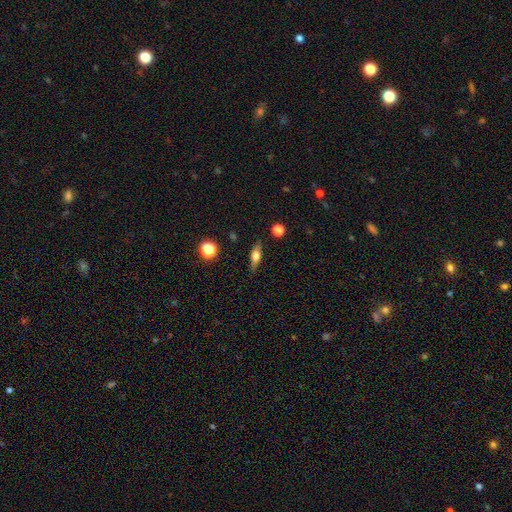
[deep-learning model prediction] Smooth or featured? smooth (48%)
Merging? none (83%)